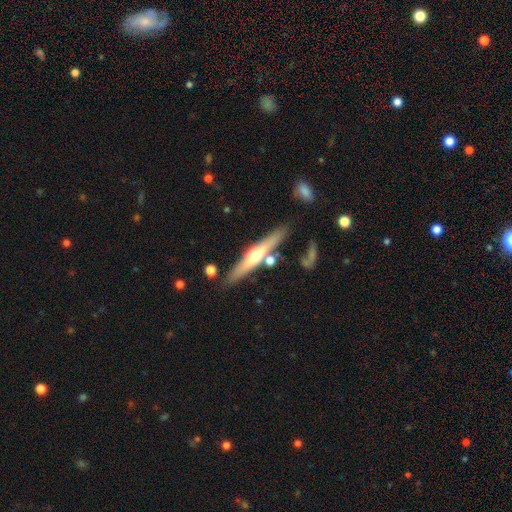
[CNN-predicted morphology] smooth_or_featured: featured or disk (p=0.58) [alt: smooth p=0.36]
disk_edge_on: yes (p=0.94) [alt: no p=0.06]
edge_on_bulge: rounded (p=0.87) [alt: none p=0.09]
merging: none (p=0.80) [alt: minor disturbance p=0.10]